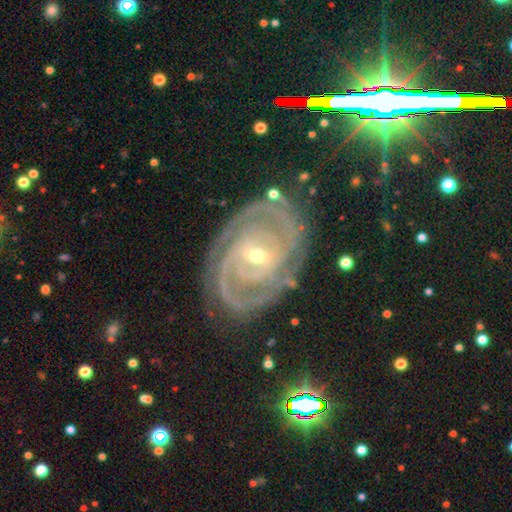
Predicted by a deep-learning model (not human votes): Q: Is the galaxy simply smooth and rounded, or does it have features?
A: featured or disk — 90%.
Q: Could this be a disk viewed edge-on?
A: no — 97%.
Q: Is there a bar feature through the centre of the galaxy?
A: no — 39%.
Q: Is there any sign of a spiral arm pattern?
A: yes — 98%.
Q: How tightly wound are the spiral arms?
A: tight — 78%.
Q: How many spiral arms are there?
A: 2 — 56%.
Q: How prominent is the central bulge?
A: small — 63%.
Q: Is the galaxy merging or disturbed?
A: none — 80%.